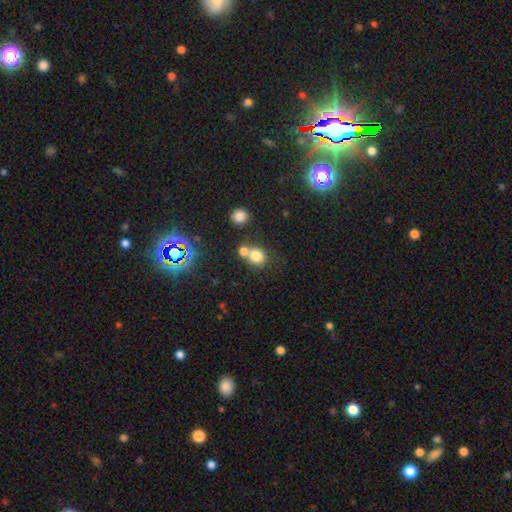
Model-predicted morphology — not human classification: smooth-or-featured: smooth: 77% | star or artifact: 15% | featured or disk: 9%
  how-rounded: round: 73% | in between: 26% | cigar-shaped: 1%
  merging: none: 49% | merger: 38% | minor disturbance: 9% | major disturbance: 4%